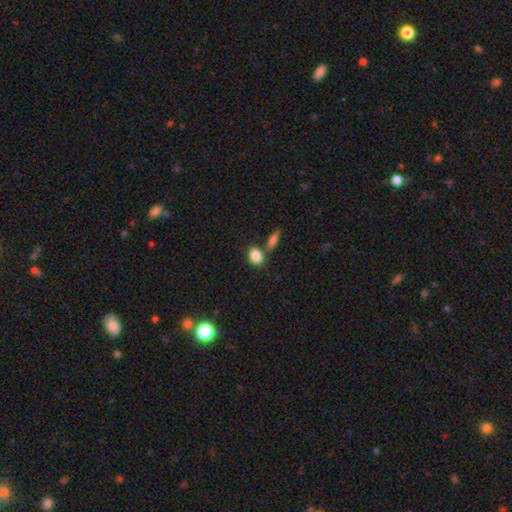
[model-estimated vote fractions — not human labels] Q: Smooth or featured?
A: smooth (86%); runner-up: star or artifact (8%)
Q: How rounded?
A: in between (67%); runner-up: round (31%)
Q: Merging?
A: none (61%); runner-up: merger (23%)